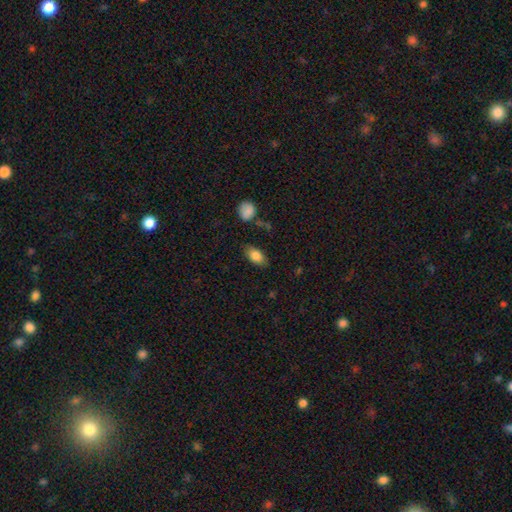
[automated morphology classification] smooth-or-featured: smooth: 83% | featured or disk: 10% | star or artifact: 8%
  how-rounded: in between: 89% | round: 6% | cigar-shaped: 4%
  merging: none: 81% | minor disturbance: 13% | major disturbance: 3% | merger: 2%